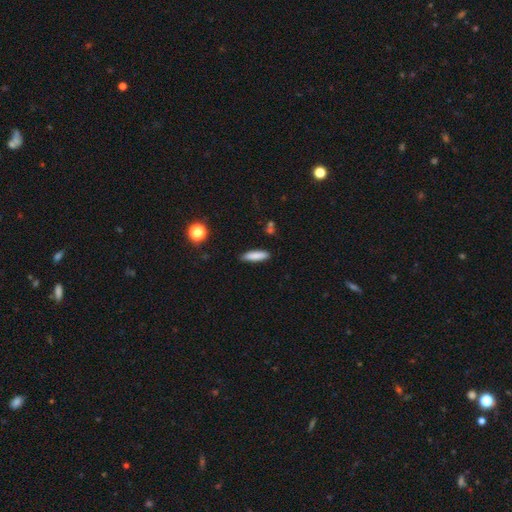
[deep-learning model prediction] Smooth or featured? smooth (84%)
How rounded? cigar-shaped (70%)
Merging? none (86%)